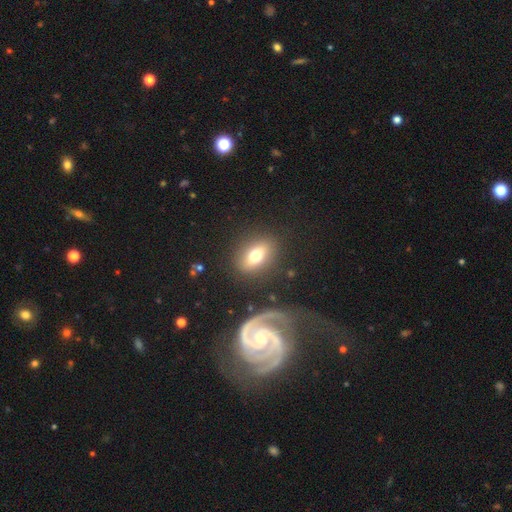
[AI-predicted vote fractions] Morphology: type=smooth (62%); roundness=in between (70%); merging=none (82%).